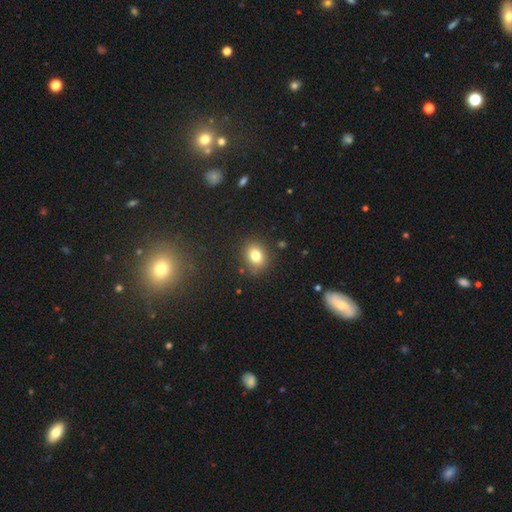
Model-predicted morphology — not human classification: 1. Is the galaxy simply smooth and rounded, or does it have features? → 79% smooth, 12% star or artifact, 9% featured or disk.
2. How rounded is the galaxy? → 52% in between, 47% round, 1% cigar-shaped.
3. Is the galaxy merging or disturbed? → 85% none, 10% minor disturbance, 3% major disturbance, 2% merger.